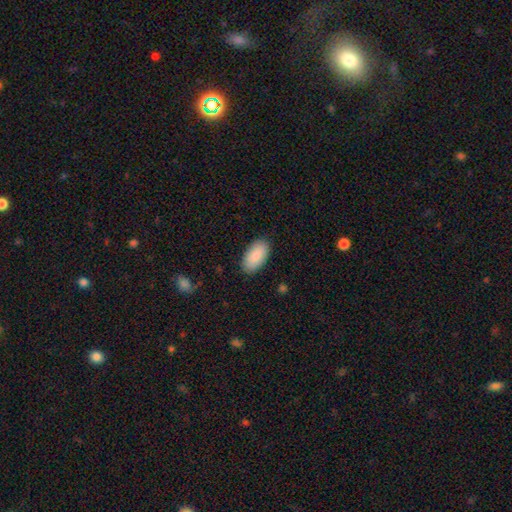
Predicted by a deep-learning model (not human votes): smooth-or-featured: smooth: 90% | star or artifact: 6% | featured or disk: 5%
  how-rounded: in between: 96% | cigar-shaped: 2% | round: 2%
  merging: none: 88% | minor disturbance: 9% | major disturbance: 2% | merger: 1%